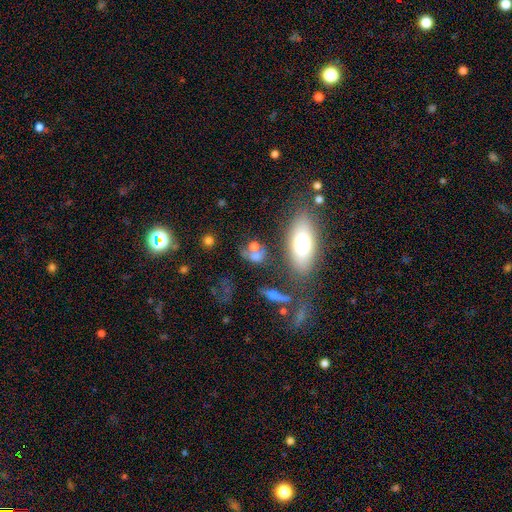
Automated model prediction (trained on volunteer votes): Smooth or featured: smooth — 61% (featured or disk — 20%)
How rounded: in between — 49% (round — 45%)
Merging: none — 48% (merger — 28%)